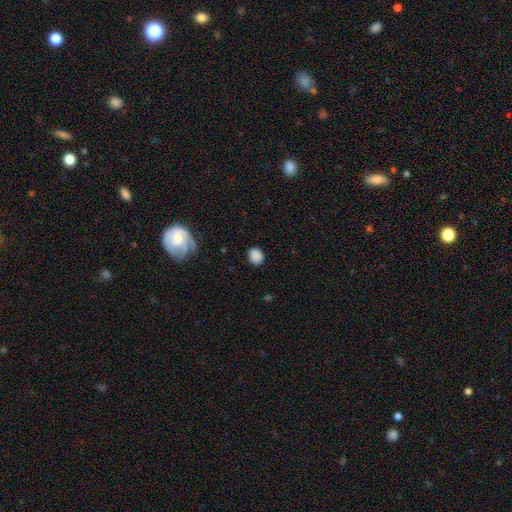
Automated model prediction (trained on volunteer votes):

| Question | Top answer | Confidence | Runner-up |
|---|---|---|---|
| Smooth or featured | smooth | 85% | star or artifact (10%) |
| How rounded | round | 61% | in between (37%) |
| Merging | none | 85% | minor disturbance (10%) |